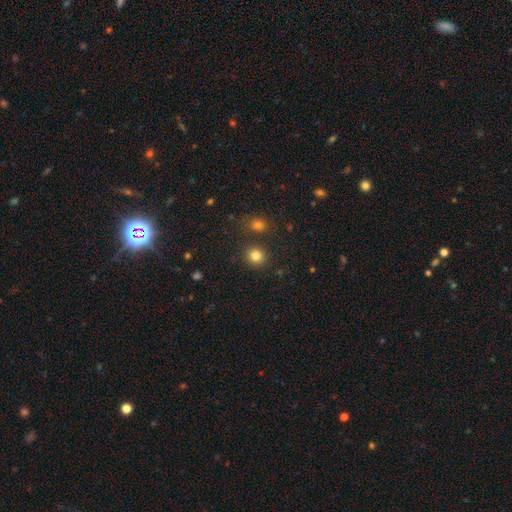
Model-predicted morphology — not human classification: This is clearly a smooth galaxy (83%). How rounded: clearly round (86%). Merging: clearly none (84%).